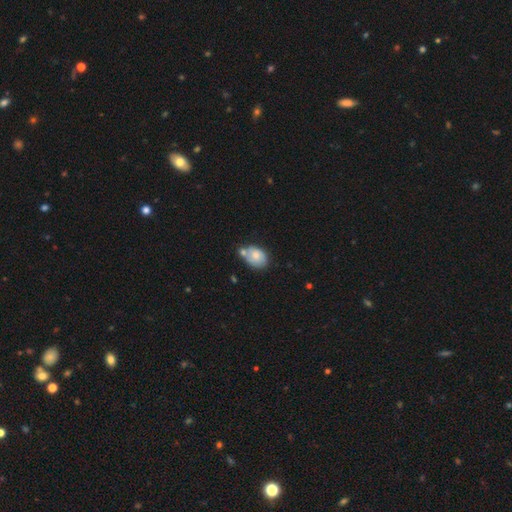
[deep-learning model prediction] smooth_or_featured: smooth (p=0.69) [alt: featured or disk p=0.24]
how_rounded: in between (p=0.71) [alt: round p=0.28]
merging: none (p=0.40) [alt: merger p=0.32]